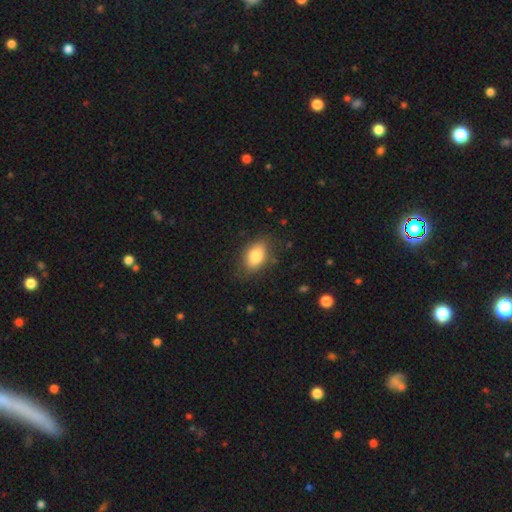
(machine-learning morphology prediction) Smooth or featured? smooth (80%)
How rounded? in between (85%)
Merging? none (77%)